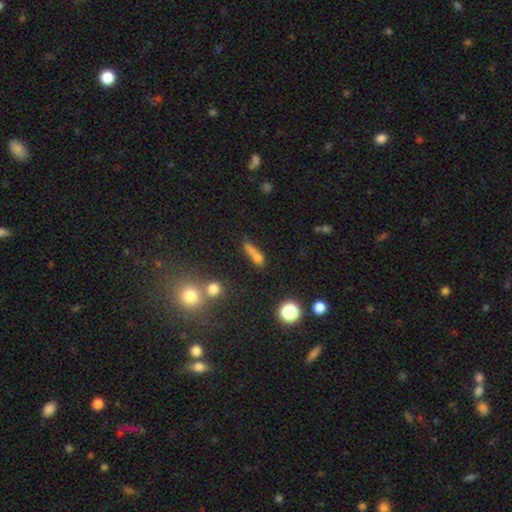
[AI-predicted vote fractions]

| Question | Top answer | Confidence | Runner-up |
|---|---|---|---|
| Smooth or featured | smooth | 61% | featured or disk (21%) |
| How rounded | cigar-shaped | 59% | in between (26%) |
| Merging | none | 42% | merger (24%) |